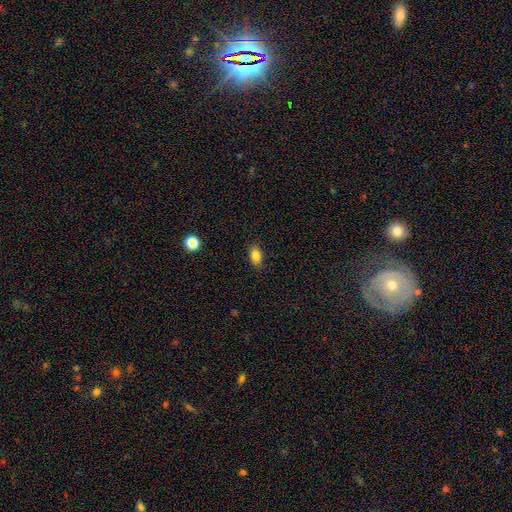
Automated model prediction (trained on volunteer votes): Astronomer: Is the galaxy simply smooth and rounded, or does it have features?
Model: smooth — 84%.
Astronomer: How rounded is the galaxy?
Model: in between — 85%.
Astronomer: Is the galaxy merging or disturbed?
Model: none — 85%.